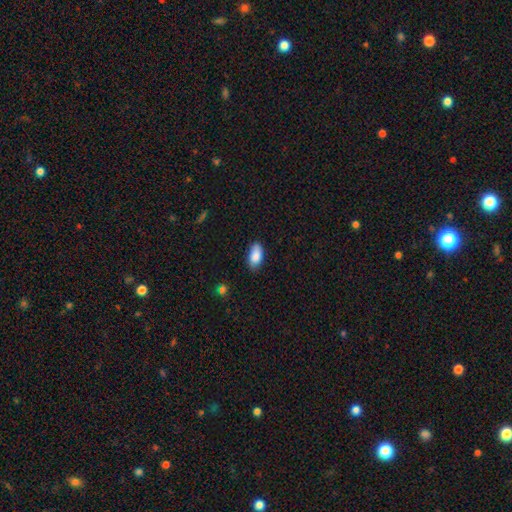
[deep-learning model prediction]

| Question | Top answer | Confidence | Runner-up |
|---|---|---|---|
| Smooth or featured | smooth | 87% | star or artifact (7%) |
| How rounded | in between | 91% | cigar-shaped (6%) |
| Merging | none | 80% | minor disturbance (16%) |